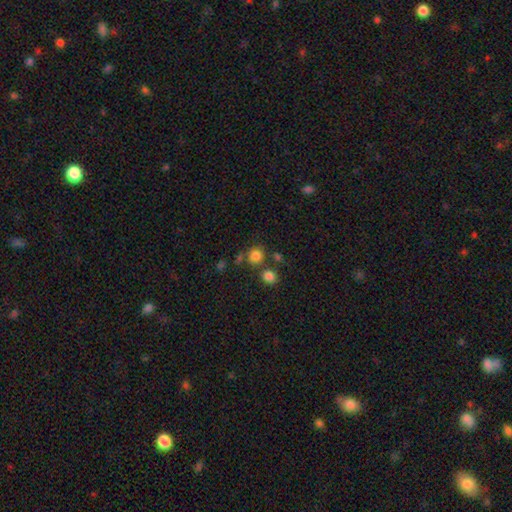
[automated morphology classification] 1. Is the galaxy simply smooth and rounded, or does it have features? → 80% smooth, 14% star or artifact, 6% featured or disk.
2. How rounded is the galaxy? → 87% round, 12% in between, 1% cigar-shaped.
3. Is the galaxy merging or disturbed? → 68% none, 17% merger, 10% minor disturbance, 5% major disturbance.